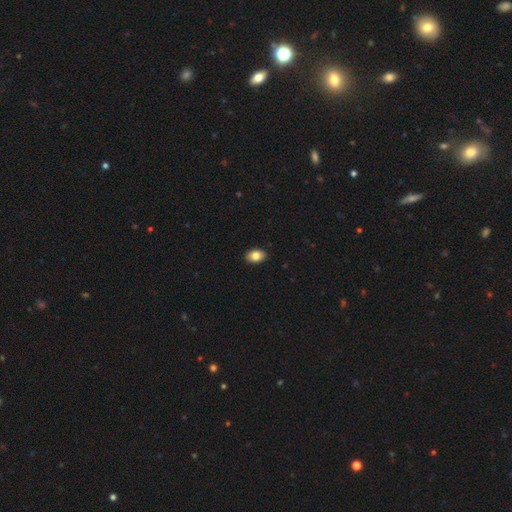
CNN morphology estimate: smooth 84%, star or artifact 8%, featured or disk 8%. Down the decision tree: how rounded — in between (83%); merging — none (90%).